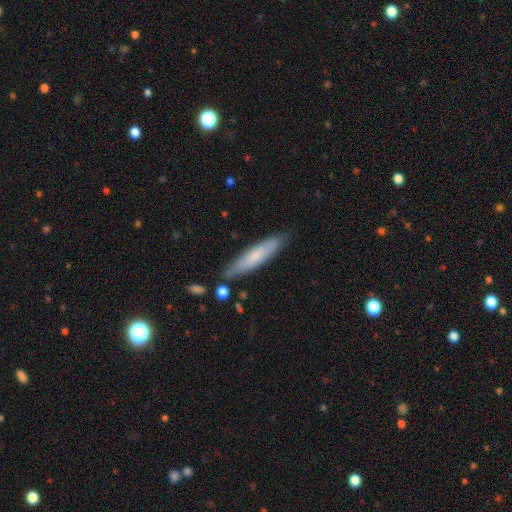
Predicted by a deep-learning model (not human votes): A smooth galaxy with no disk features (69%) that is cigar-shaped (83%). Merging: none (80%).